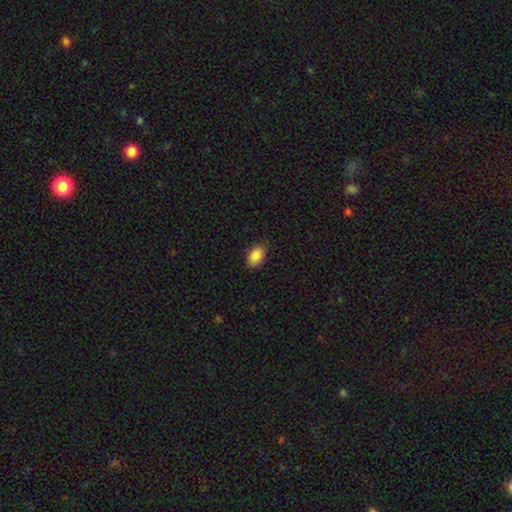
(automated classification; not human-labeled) smooth-or-featured: smooth: 87% | star or artifact: 8% | featured or disk: 5%
  how-rounded: in between: 85% | round: 14% | cigar-shaped: 1%
  merging: none: 85% | minor disturbance: 12% | major disturbance: 2% | merger: 1%